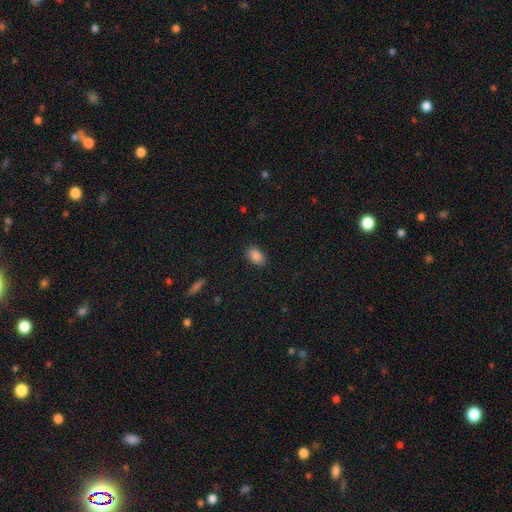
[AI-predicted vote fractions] The model was most divided on "how rounded": in between: 84%, round: 14%, cigar-shaped: 1%. More confident: smooth or featured — smooth (87%); merging — none (86%).